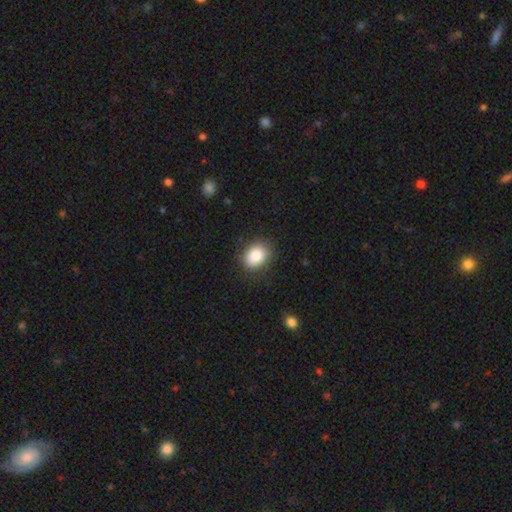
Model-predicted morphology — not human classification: This appears to be a smooth galaxy with no disk features (86%) that is in between round and cigar-shaped (60%). Merging: none (83%).